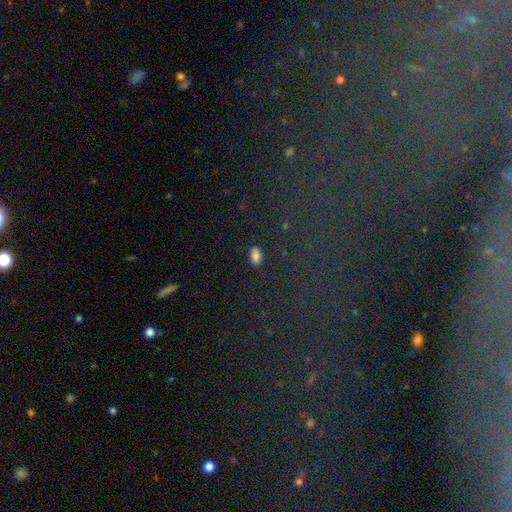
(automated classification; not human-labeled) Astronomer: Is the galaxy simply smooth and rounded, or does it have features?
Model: smooth — 85%.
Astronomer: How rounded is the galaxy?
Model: in between — 92%.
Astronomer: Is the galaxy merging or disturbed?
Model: none — 88%.